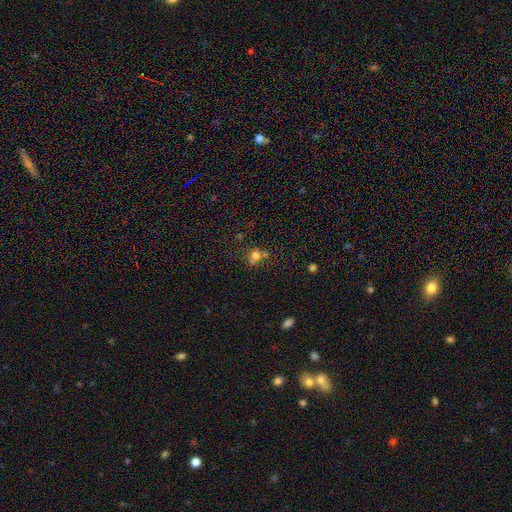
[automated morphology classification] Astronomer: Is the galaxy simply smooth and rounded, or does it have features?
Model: smooth — 71%.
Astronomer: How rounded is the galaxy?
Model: round — 62%.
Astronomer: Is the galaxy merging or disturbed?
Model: none — 44% (runner-up: merger, 29%).